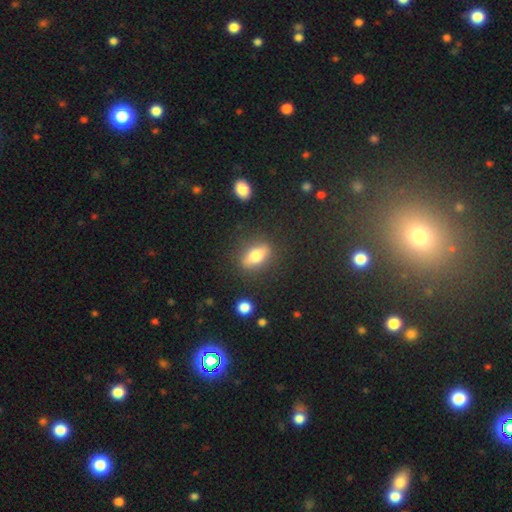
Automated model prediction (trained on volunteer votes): Overall: smooth (67%). How rounded: in between (74%). Merging: none (82%).